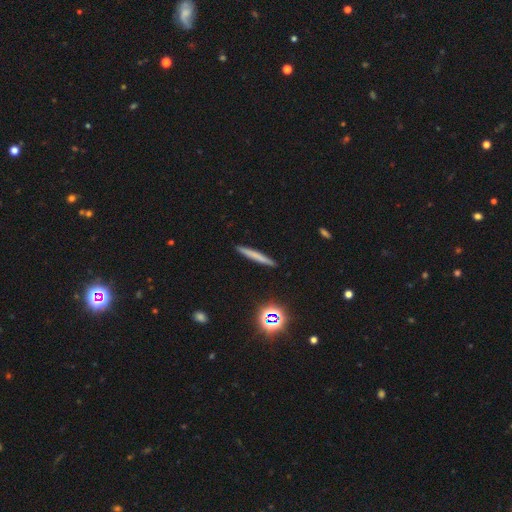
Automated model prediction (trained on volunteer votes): smooth_or_featured: smooth (p=0.64) [alt: featured or disk p=0.25]
how_rounded: cigar-shaped (p=0.96) [alt: in between p=0.03]
merging: none (p=0.91) [alt: minor disturbance p=0.06]